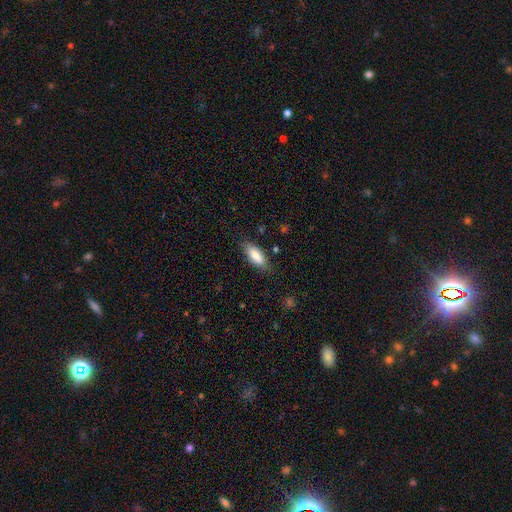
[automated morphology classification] smooth_or_featured: smooth (p=0.83) [alt: featured or disk p=0.11]
how_rounded: in between (p=0.78) [alt: cigar-shaped p=0.20]
merging: none (p=0.77) [alt: minor disturbance p=0.18]